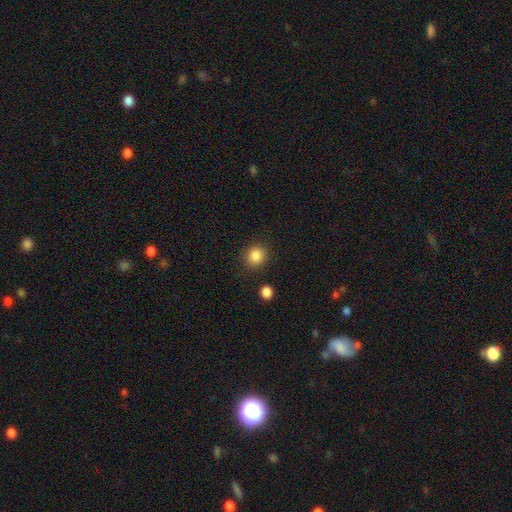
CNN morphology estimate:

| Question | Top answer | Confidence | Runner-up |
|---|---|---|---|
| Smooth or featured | smooth | 86% | star or artifact (10%) |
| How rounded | round | 84% | in between (15%) |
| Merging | none | 87% | minor disturbance (8%) |